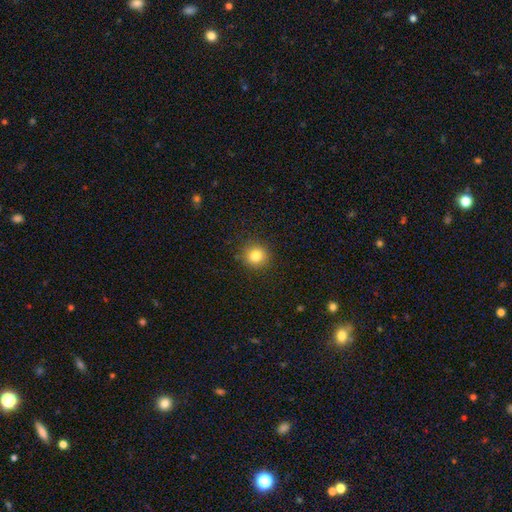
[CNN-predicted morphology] Overall: smooth (82%). How rounded: round (91%). Merging: none (90%).